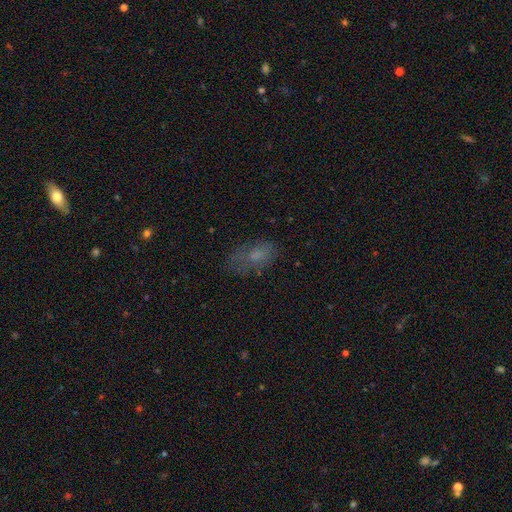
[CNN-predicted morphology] This appears to be a smooth galaxy with no disk features (64%) that is in between round and cigar-shaped (88%). Merging: none (54%).